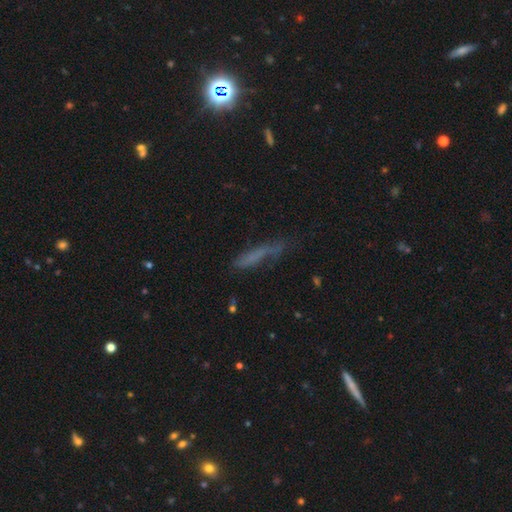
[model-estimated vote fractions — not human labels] A smooth galaxy with no disk features (59%) that is cigar-shaped (85%). Merging: none (50%).